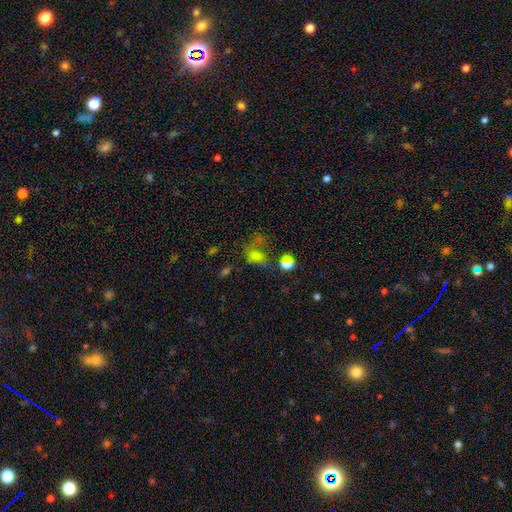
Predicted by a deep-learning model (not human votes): This is possibly a smooth galaxy (58%). How rounded: possibly in between (58%). Merging: marginally none (31%).